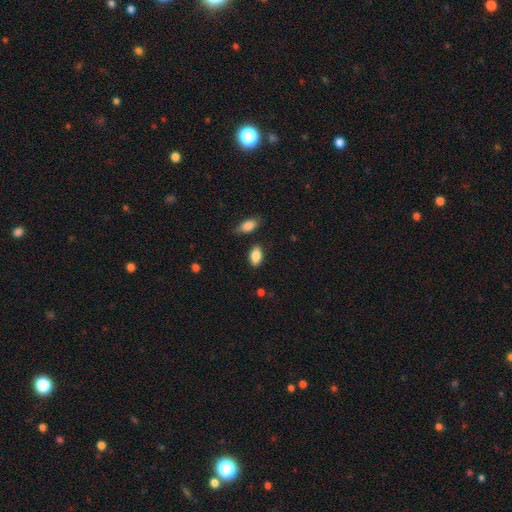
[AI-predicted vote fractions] Overall: smooth (86%). How rounded: in between (91%). Merging: none (81%).